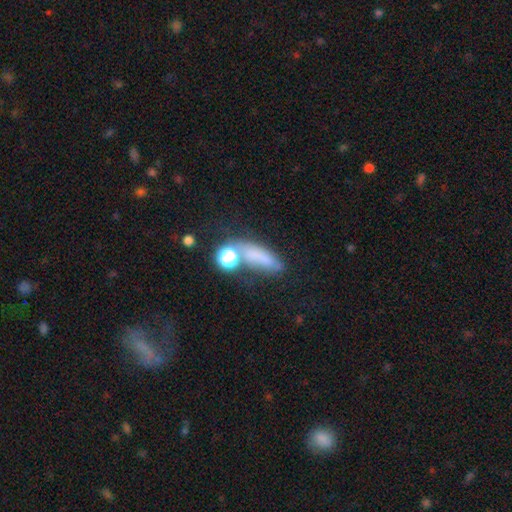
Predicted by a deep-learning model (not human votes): Smooth or featured? smooth (62%)
How rounded? in between (49%)
Merging? none (42%)